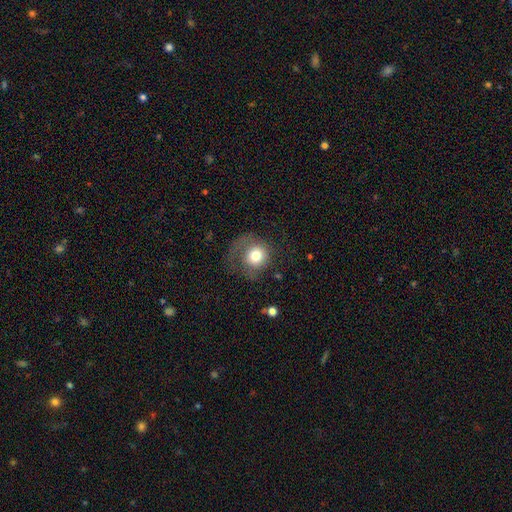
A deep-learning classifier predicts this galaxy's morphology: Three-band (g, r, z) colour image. It shows a smooth galaxy with no disk features (68%) that is round (83%). Merging: none (42%).